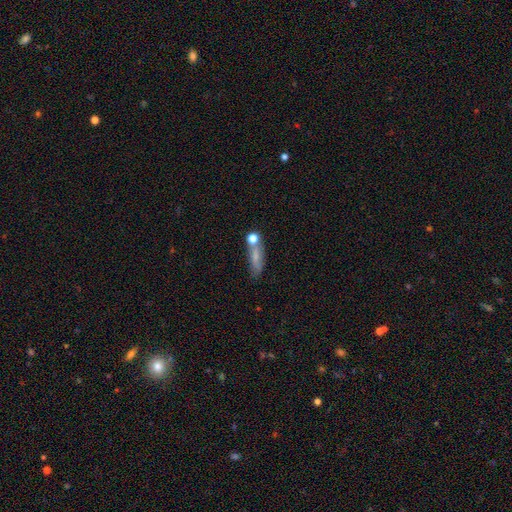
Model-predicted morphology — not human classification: Smooth or featured? Predicted: smooth (p=0.64). How rounded? Predicted: cigar-shaped (p=0.49). Merging? Predicted: none (p=0.55).